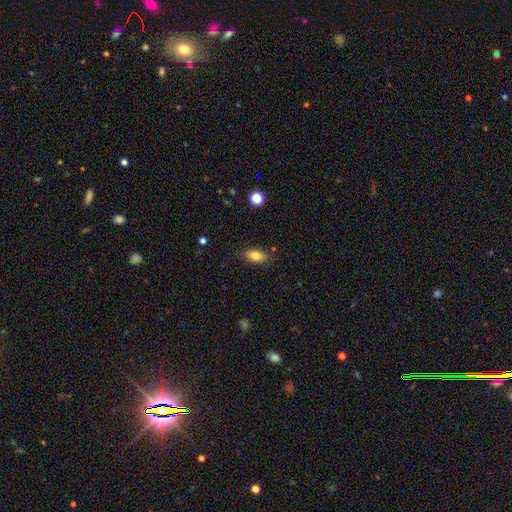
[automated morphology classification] A smooth galaxy with no disk features (81%) that is in between round and cigar-shaped (86%). Merging: none (83%).